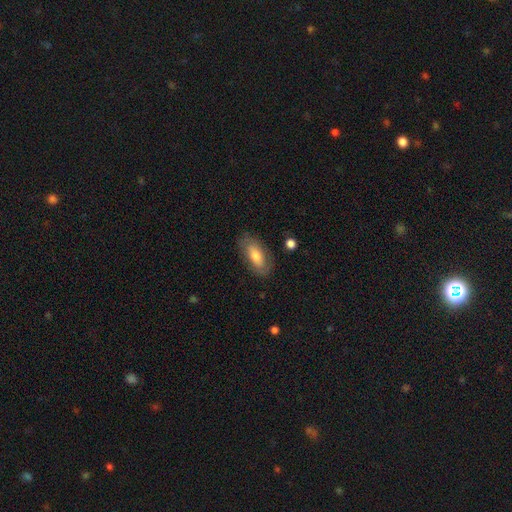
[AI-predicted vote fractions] Overall: smooth (67%). How rounded: in between (87%). Merging: none (80%).